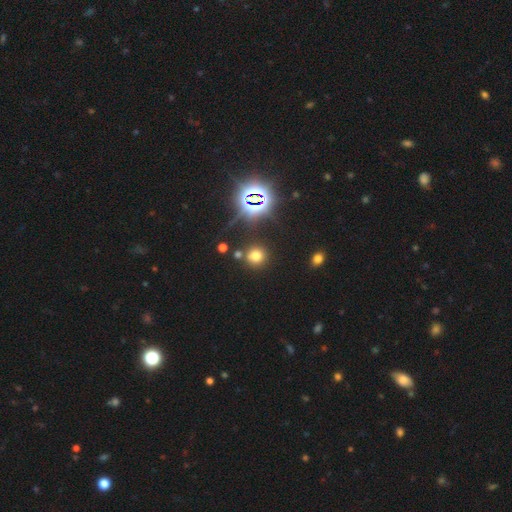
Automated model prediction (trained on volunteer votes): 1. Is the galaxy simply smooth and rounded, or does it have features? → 63% smooth, 28% star or artifact, 9% featured or disk.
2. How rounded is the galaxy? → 91% round, 8% in between, 1% cigar-shaped.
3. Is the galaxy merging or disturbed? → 79% none, 9% merger, 8% minor disturbance, 4% major disturbance.